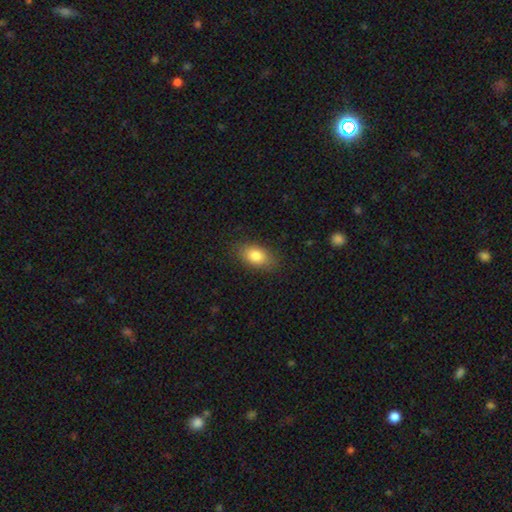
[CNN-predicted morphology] This appears to be a smooth galaxy with no disk features (82%) that is in between round and cigar-shaped (89%). Merging: none (84%).